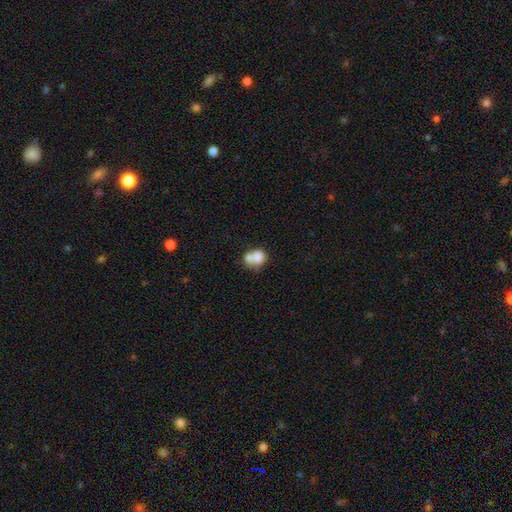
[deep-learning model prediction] smooth-or-featured: smooth: 75% | featured or disk: 16% | star or artifact: 9%
  how-rounded: round: 65% | in between: 34% | cigar-shaped: 1%
  merging: merger: 61% | none: 27% | minor disturbance: 8% | major disturbance: 5%